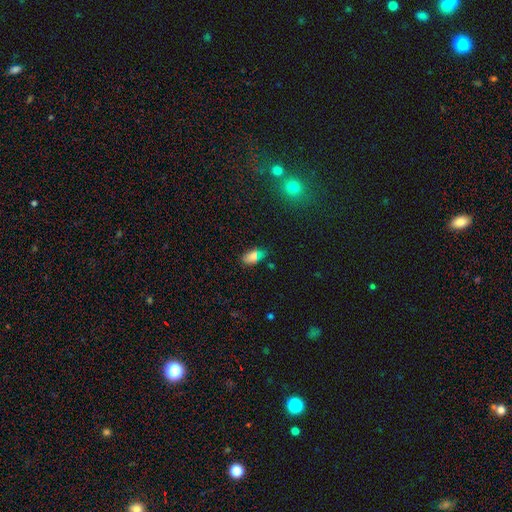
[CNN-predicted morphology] type=smooth (72%); roundness=in between (88%); merging=none (71%).